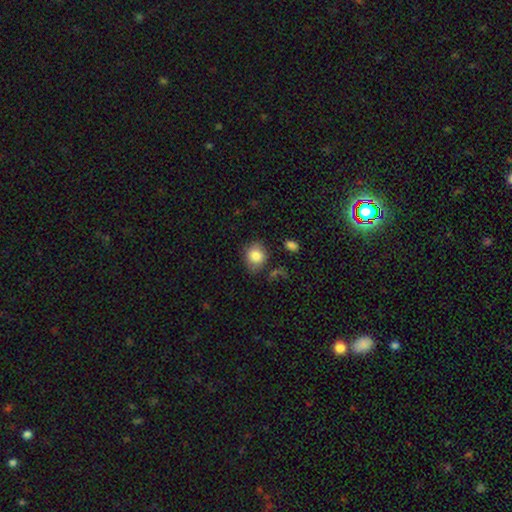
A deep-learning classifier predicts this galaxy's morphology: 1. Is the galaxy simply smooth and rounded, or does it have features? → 82% smooth, 9% star or artifact, 9% featured or disk.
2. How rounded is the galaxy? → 63% round, 36% in between, 1% cigar-shaped.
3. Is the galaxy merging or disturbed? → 71% none, 19% minor disturbance, 6% major disturbance, 4% merger.